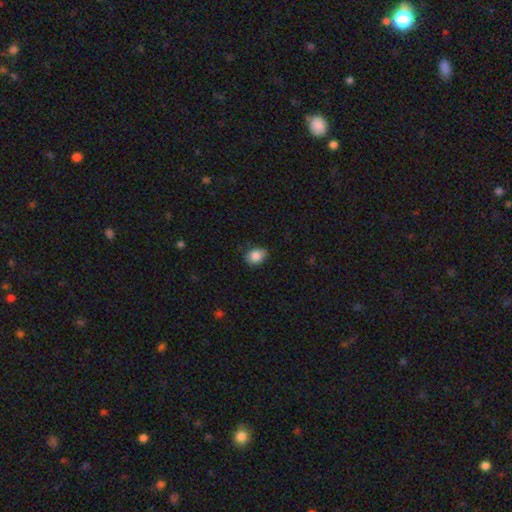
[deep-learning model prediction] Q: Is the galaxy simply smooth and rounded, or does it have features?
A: smooth — 86%.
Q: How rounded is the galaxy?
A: in between — 63%.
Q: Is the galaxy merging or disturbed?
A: none — 76%.